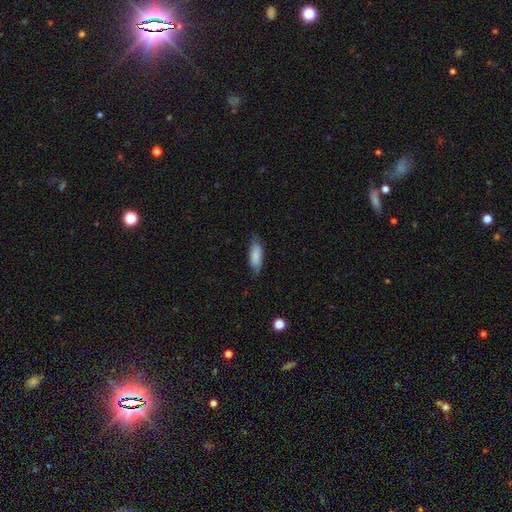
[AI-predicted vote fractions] smooth_or_featured: smooth (p=0.85) [alt: featured or disk p=0.09]
how_rounded: in between (p=0.70) [alt: cigar-shaped p=0.28]
merging: none (p=0.74) [alt: minor disturbance p=0.21]